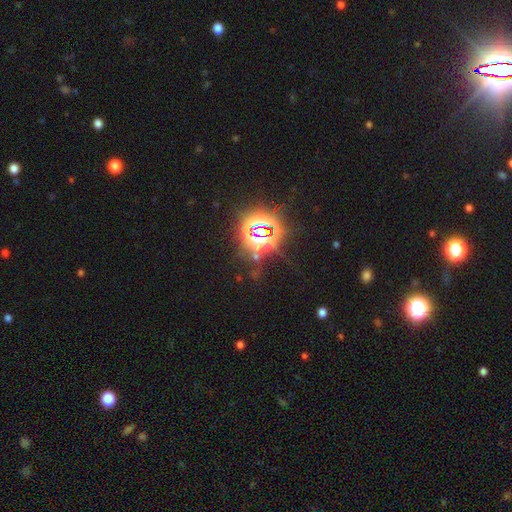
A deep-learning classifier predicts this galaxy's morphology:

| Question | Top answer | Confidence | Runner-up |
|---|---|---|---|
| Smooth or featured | star or artifact | 79% | smooth (12%) |